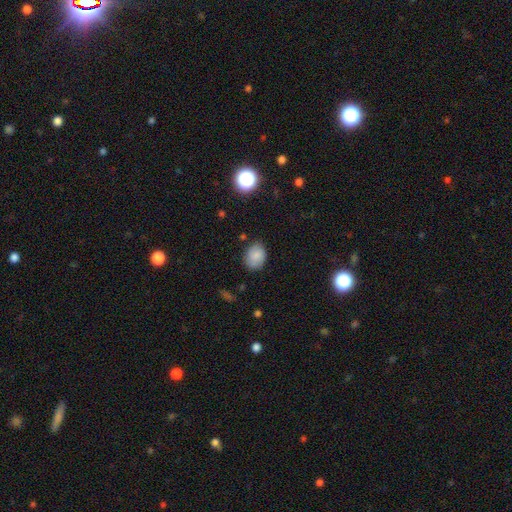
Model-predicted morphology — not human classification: This appears to be a smooth galaxy with no disk features (84%) that is in between round and cigar-shaped (69%). Merging: none (78%).